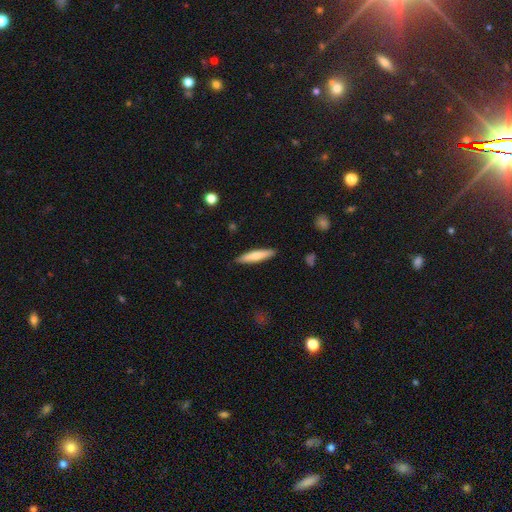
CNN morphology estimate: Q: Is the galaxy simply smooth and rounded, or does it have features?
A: smooth — 67%.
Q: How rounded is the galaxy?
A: cigar-shaped — 86%.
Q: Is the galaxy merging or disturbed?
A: none — 89%.